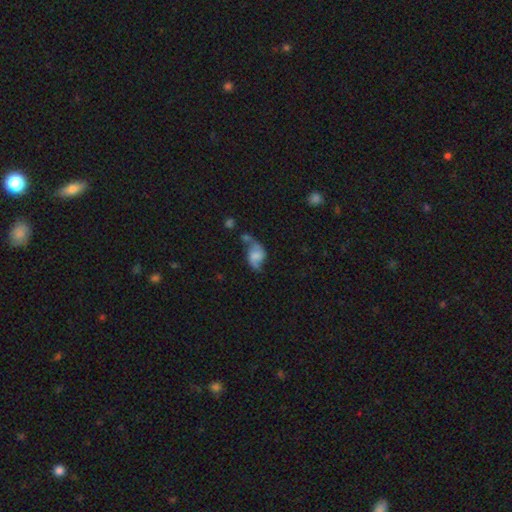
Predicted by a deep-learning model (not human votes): Morphology: type=featured or disk (57%); edge-on=no (96%); bar=no (53%); spiral arms=yes (85%); bulge=none (42%); merging=none (37%).